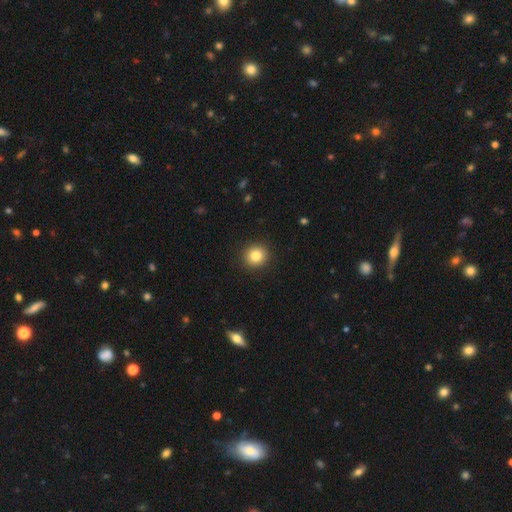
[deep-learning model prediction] Smooth or featured? smooth (84%)
How rounded? round (90%)
Merging? none (92%)